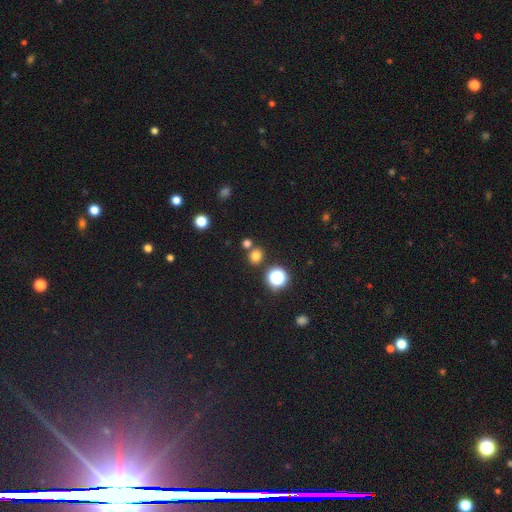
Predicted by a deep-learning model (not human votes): Smooth or featured?
  - smooth: 73% *
  - star or artifact: 21%
  - featured or disk: 6%
How rounded?
  - round: 77% *
  - in between: 22%
  - cigar-shaped: 1%
Merging?
  - none: 71% *
  - merger: 18%
  - minor disturbance: 8%
  - major disturbance: 3%